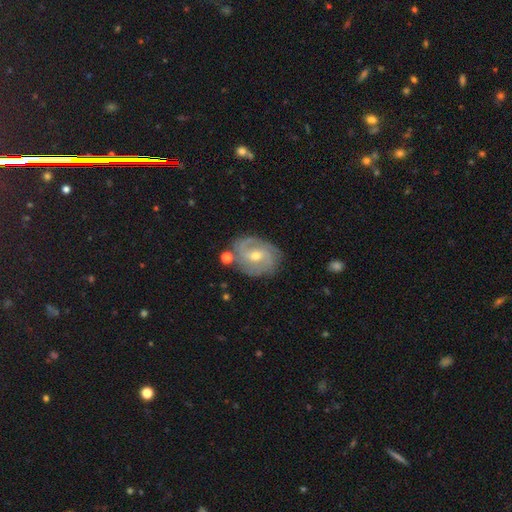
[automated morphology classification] A featured or disk galaxy (85%) with a weak bar (44%, tied with no), 2 (39%) tight (50%) spiral arms (96%) and a moderate central bulge (53%).

Vote fractions:
- Smooth or featured? featured or disk: 85% / smooth: 9% / star or artifact: 6%
- Edge-on disk? no: 97% / yes: 3%
- Bar? weak: 44% (tied) / no: 44% (tied) / strong: 12%
- Spiral arms? yes: 96% / no: 4%
- Spiral winding? tight: 50% / medium: 40% / loose: 10%
- Spiral arm count? 2: 39% / 3: 31% / can't tell: 16% / 4: 6% / 1: 4% / more than 4: 4%
- Bulge size? moderate: 53% / small: 44% / large: 1% / none: 1% / dominant: 1%
- Merging? none: 76% / minor disturbance: 16% / major disturbance: 4% / merger: 4%